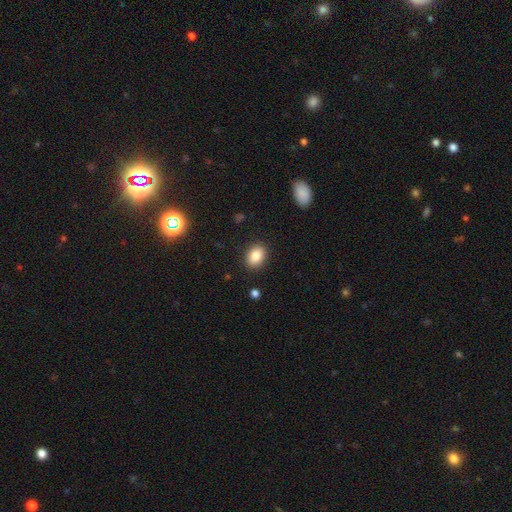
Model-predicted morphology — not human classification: smooth_or_featured: smooth (p=0.86) [alt: star or artifact p=0.09]
how_rounded: in between (p=0.74) [alt: round p=0.25]
merging: none (p=0.88) [alt: minor disturbance p=0.08]